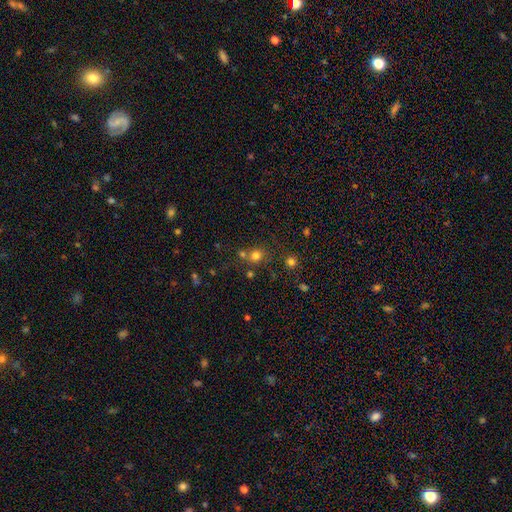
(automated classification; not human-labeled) This appears to be a smooth galaxy with no disk features (72%) that is round (79%). Merging: none (61%).